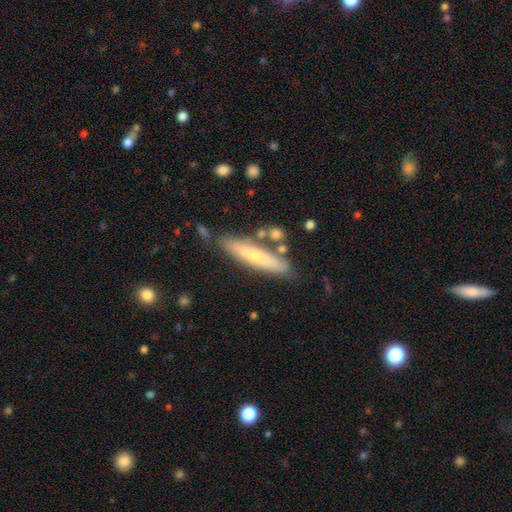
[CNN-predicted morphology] This is possibly a smooth galaxy (55%). How rounded: clearly cigar-shaped (82%). Merging: likely none (76%).